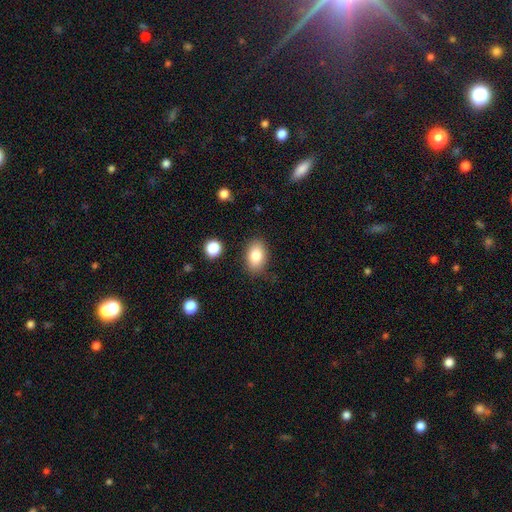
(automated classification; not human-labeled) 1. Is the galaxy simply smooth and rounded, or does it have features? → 82% smooth, 10% featured or disk, 8% star or artifact.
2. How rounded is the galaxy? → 87% in between, 12% round, 1% cigar-shaped.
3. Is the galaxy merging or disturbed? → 84% none, 11% minor disturbance, 3% major disturbance, 2% merger.